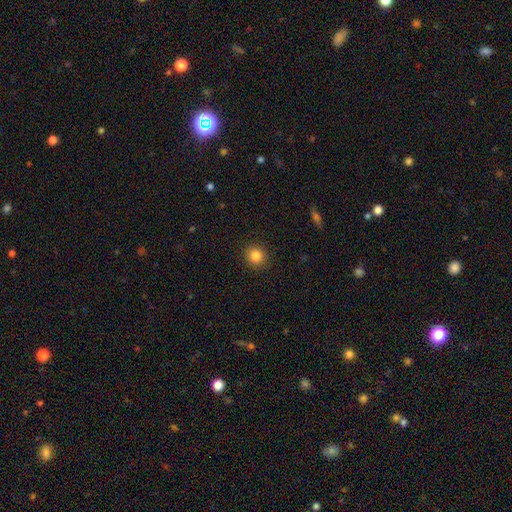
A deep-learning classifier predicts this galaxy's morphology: Smooth or featured? smooth (84%)
How rounded? round (89%)
Merging? none (91%)